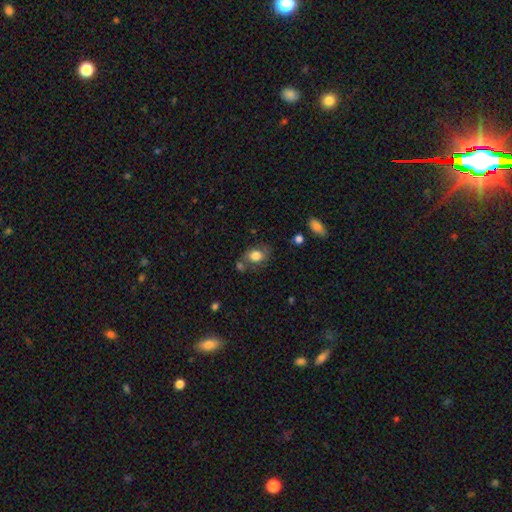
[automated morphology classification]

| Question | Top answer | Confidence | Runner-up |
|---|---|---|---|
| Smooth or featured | smooth | 75% | featured or disk (17%) |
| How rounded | in between | 67% | round (32%) |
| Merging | none | 57% | minor disturbance (22%) |